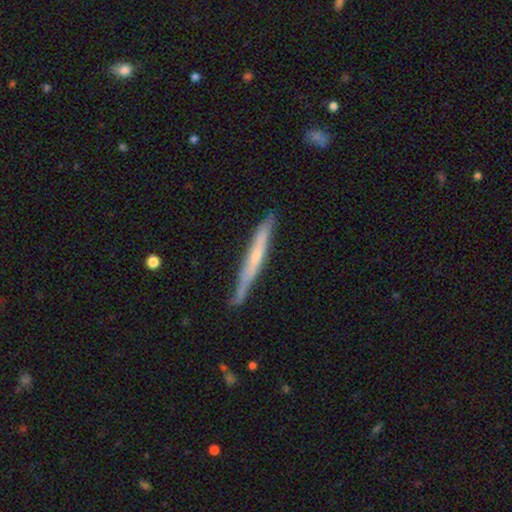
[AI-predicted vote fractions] Smooth or featured: featured or disk — 58% (smooth — 37%)
Edge-on disk: yes — 95% (no — 5%)
Edge-on bulge: none — 56% (rounded — 38%)
Merging: none — 81% (minor disturbance — 15%)